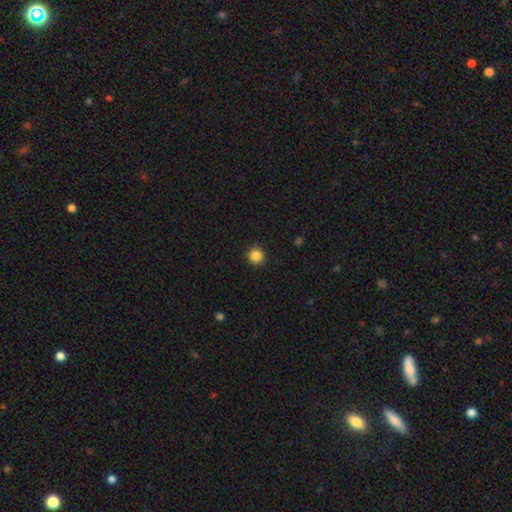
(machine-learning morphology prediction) Q: Smooth or featured?
A: smooth (86%); runner-up: star or artifact (11%)
Q: How rounded?
A: round (94%); runner-up: in between (5%)
Q: Merging?
A: none (91%); runner-up: minor disturbance (6%)